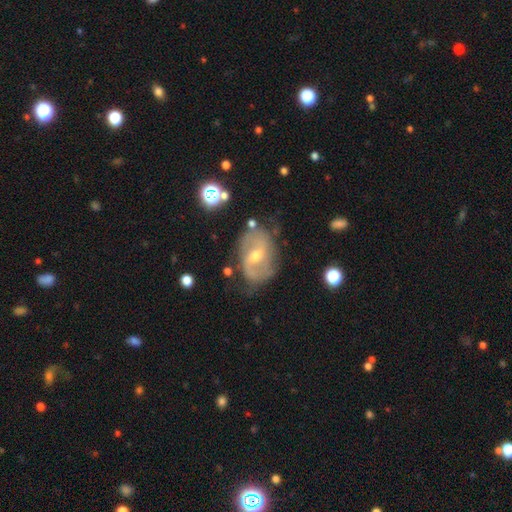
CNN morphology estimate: smooth_or_featured: featured or disk (p=0.81) [alt: smooth p=0.12]
disk_edge_on: no (p=0.96) [alt: yes p=0.04]
bar: weak (p=0.52) [alt: no p=0.24]
has_spiral_arms: yes (p=0.90) [alt: no p=0.10]
spiral_winding: medium (p=0.45) [alt: loose p=0.36]
spiral_arm_count: 2 (p=0.83) [alt: can't tell p=0.09]
bulge_size: moderate (p=0.51) [alt: small p=0.45]
merging: none (p=0.69) [alt: minor disturbance p=0.20]